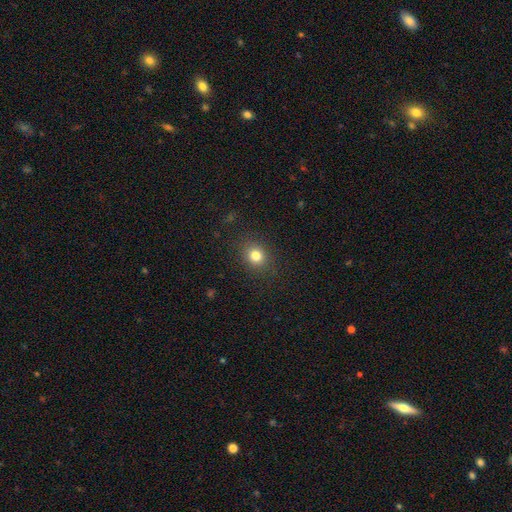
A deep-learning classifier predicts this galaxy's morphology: A smooth galaxy with no disk features (80%) that is round (72%).

Vote fractions:
- Smooth or featured? smooth: 80% / star or artifact: 13% / featured or disk: 7%
- How rounded? round: 72% / in between: 27% / cigar-shaped: 1%
- Merging? none: 87% / minor disturbance: 8% / major disturbance: 3% / merger: 1%